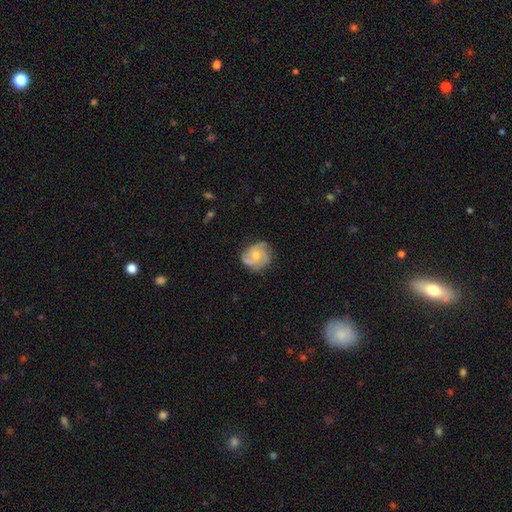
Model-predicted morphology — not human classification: featured or disk 64%, smooth 29%, star or artifact 7%. Down the decision tree: edge-on disk — no (98%); bar — no (76%); spiral arms — yes (86%); spiral arm count — 3 (44%); spiral winding — medium (44%); bulge size — moderate (55%); merging — none (67%).